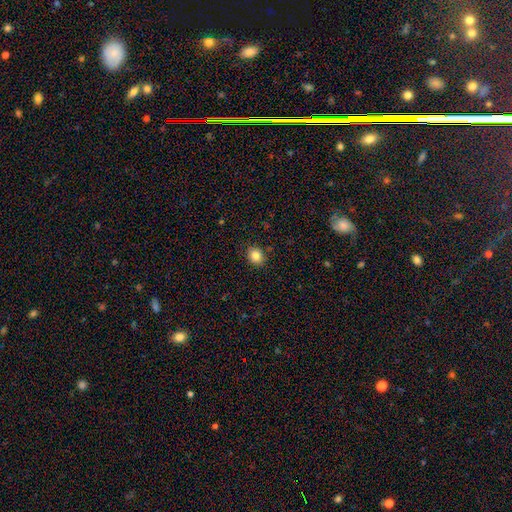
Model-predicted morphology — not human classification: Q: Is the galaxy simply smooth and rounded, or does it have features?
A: smooth — 84%.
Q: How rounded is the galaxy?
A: round — 66%.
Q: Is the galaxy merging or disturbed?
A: none — 89%.